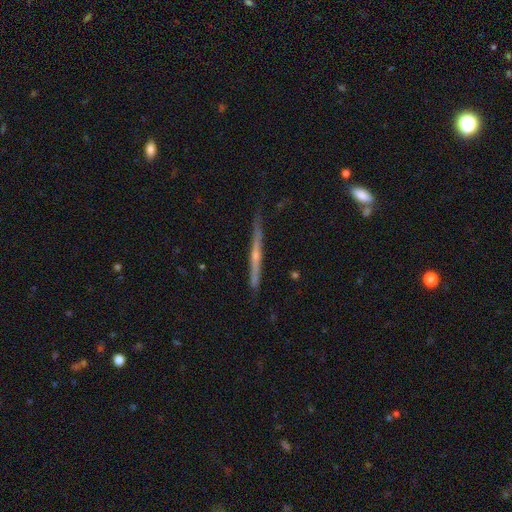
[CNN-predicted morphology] Smooth or featured: featured or disk — 75% (smooth — 19%)
Edge-on disk: yes — 98% (no — 2%)
Edge-on bulge: rounded — 69% (none — 26%)
Merging: none — 86% (minor disturbance — 11%)